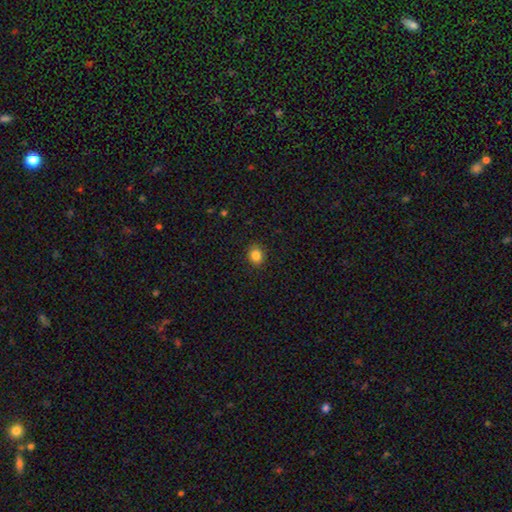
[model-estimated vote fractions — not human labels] Smooth or featured? smooth (84%)
How rounded? round (68%)
Merging? none (90%)